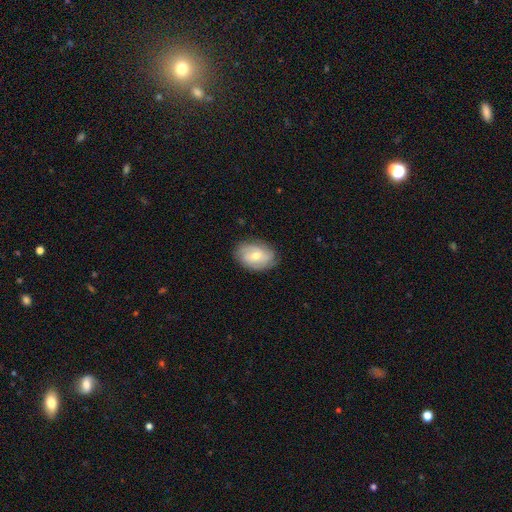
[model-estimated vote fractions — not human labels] Smooth or featured? featured or disk (53%)
Edge-on disk? no (94%)
Merging? none (81%)